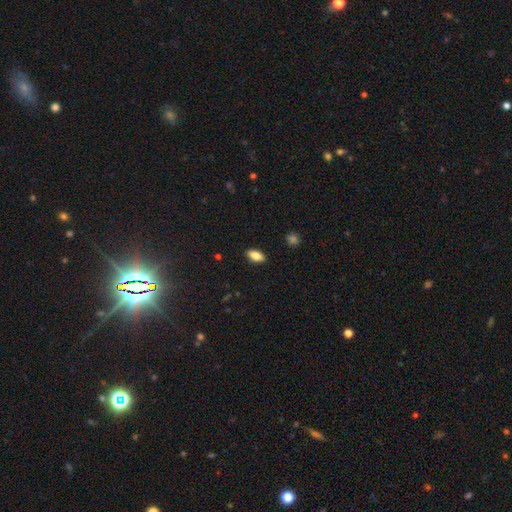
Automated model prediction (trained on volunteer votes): A smooth galaxy with no disk features (81%) that is in between round and cigar-shaped (87%). Merging: none (89%).